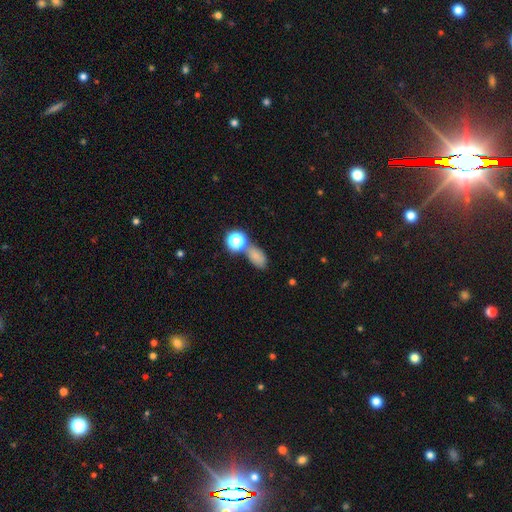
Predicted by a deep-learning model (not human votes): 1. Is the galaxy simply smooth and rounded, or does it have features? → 72% smooth, 19% star or artifact, 10% featured or disk.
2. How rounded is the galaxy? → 79% in between, 18% round, 3% cigar-shaped.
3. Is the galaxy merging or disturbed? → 47% none, 30% merger, 16% minor disturbance, 7% major disturbance.